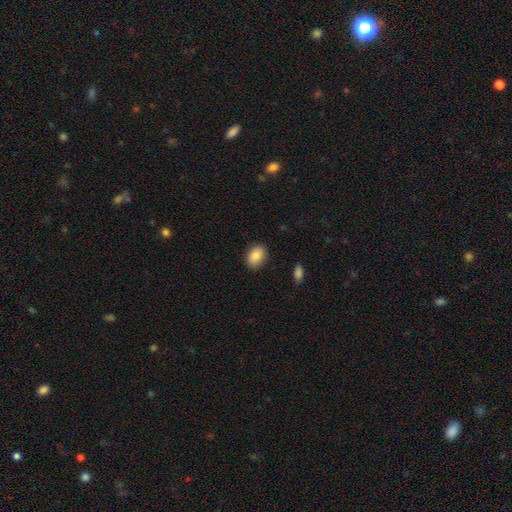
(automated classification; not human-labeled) Smooth or featured?
  - smooth: 87% *
  - star or artifact: 7%
  - featured or disk: 6%
How rounded?
  - in between: 83% *
  - round: 16%
  - cigar-shaped: 1%
Merging?
  - none: 87% *
  - minor disturbance: 10%
  - major disturbance: 2%
  - merger: 1%